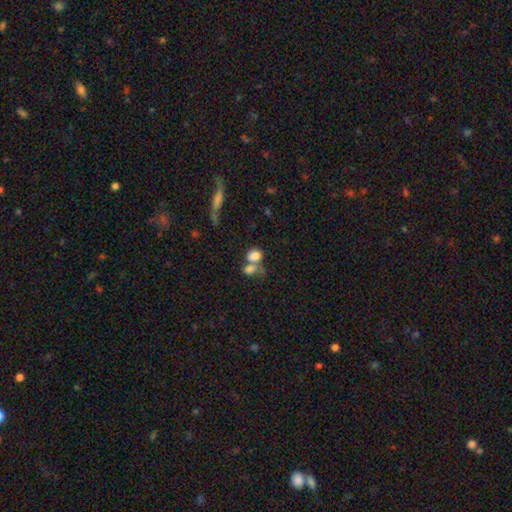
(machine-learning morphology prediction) Overall: smooth (77%). How rounded: in between (61%; round 37%). Merging: merger (57%; none 25%).